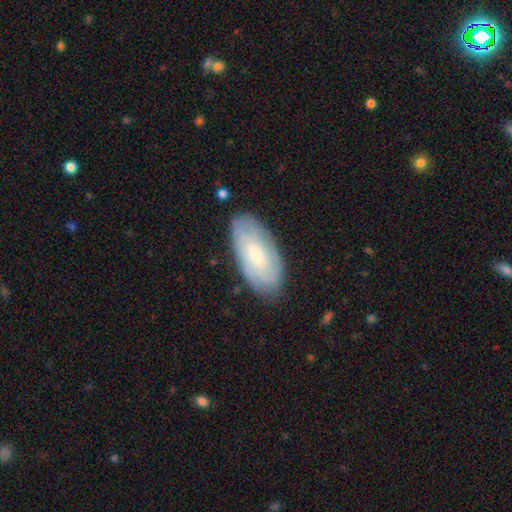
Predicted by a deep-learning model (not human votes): Morphology: type=smooth (52%); roundness=in between (91%); merging=none (81%).